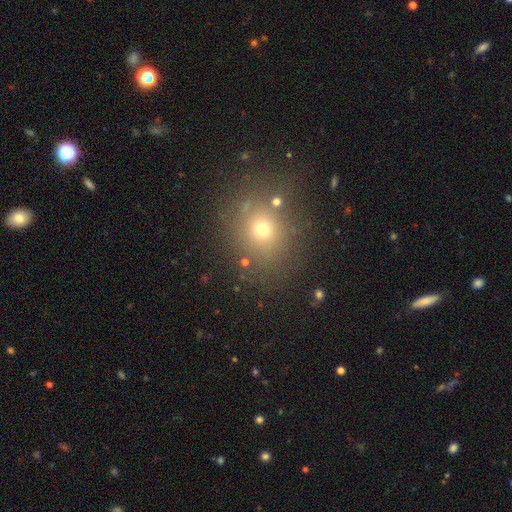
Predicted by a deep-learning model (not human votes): Smooth or featured?
  - smooth: 58% *
  - star or artifact: 31%
  - featured or disk: 11%
How rounded?
  - round: 76% *
  - in between: 23%
  - cigar-shaped: 1%
Merging?
  - none: 83% *
  - minor disturbance: 9%
  - merger: 5%
  - major disturbance: 3%